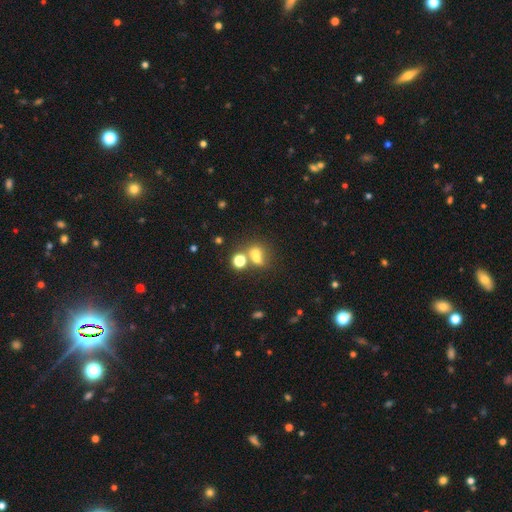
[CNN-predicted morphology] smooth_or_featured: smooth (p=0.63) [alt: star or artifact p=0.21]
how_rounded: round (p=0.57) [alt: in between p=0.41]
merging: merger (p=0.49) [alt: none p=0.35]